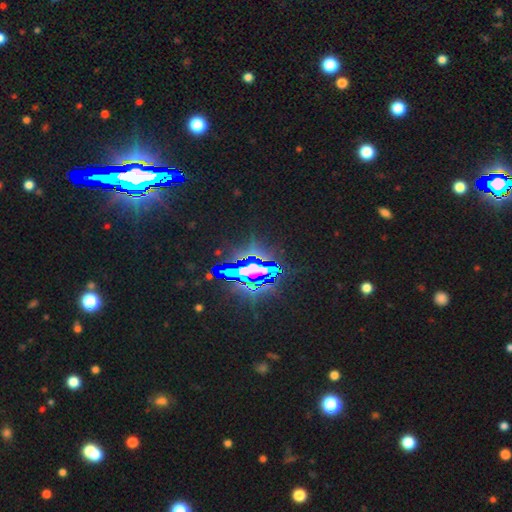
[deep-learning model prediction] Morphology: type=star or artifact (84%).